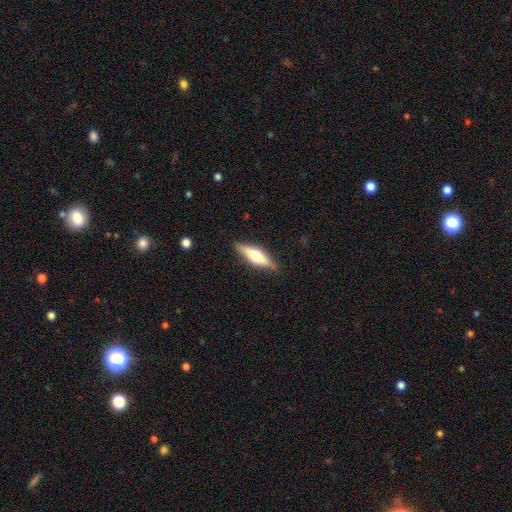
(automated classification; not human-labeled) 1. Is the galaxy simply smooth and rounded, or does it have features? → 48% smooth, 46% featured or disk, 6% star or artifact.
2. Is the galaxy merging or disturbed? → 86% none, 11% minor disturbance, 2% major disturbance, 1% merger.